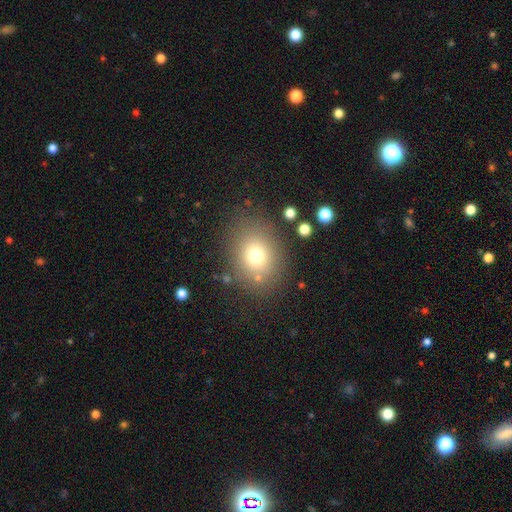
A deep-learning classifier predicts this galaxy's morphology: Smooth or featured? smooth (73%)
How rounded? round (60%)
Merging? none (78%)